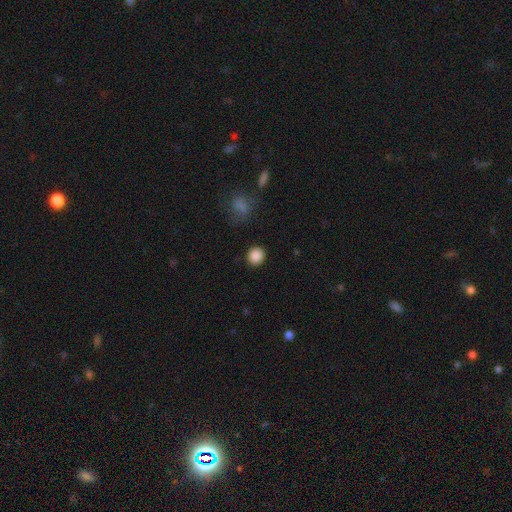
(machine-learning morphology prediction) Q: Smooth or featured?
A: smooth (88%); runner-up: star or artifact (10%)
Q: How rounded?
A: round (89%); runner-up: in between (10%)
Q: Merging?
A: none (89%); runner-up: minor disturbance (6%)